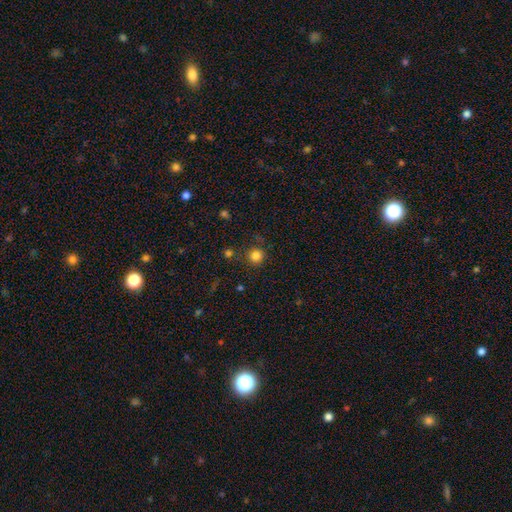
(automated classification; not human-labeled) smooth_or_featured: smooth (p=0.82) [alt: star or artifact p=0.14]
how_rounded: round (p=0.94) [alt: in between p=0.05]
merging: none (p=0.83) [alt: minor disturbance p=0.09]